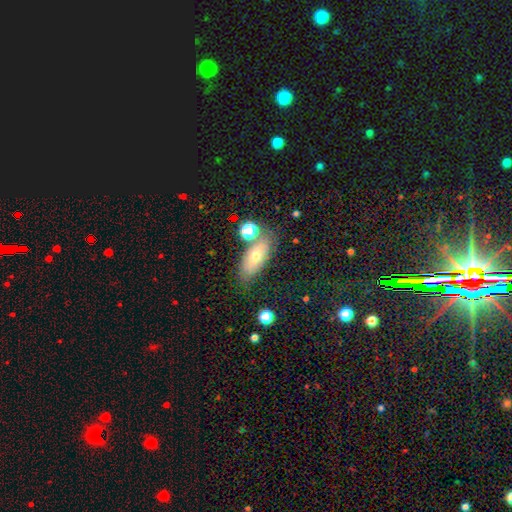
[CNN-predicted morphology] Smooth or featured?
  - smooth: 63% *
  - featured or disk: 26%
  - star or artifact: 11%
How rounded?
  - in between: 79% *
  - cigar-shaped: 15%
  - round: 6%
Merging?
  - none: 67% *
  - minor disturbance: 16%
  - merger: 10%
  - major disturbance: 6%